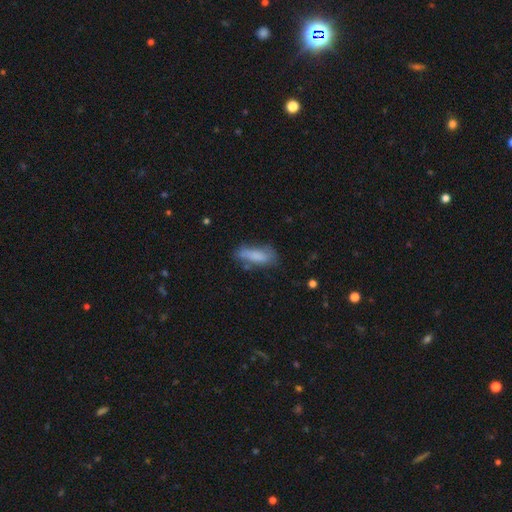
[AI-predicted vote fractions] Overall: smooth (75%). How rounded: in between (63%; cigar-shaped 35%). Merging: none (55%; minor disturbance 28%).